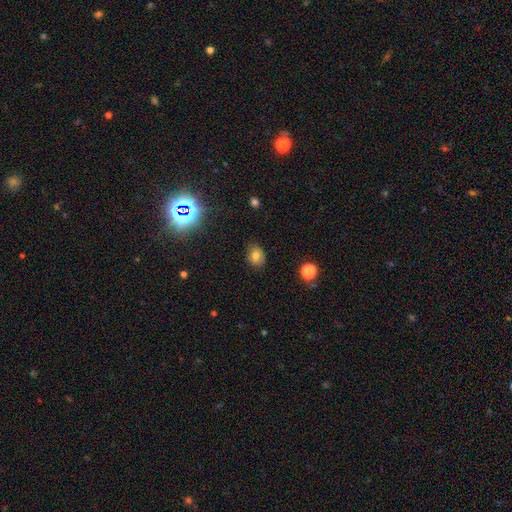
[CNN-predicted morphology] The model was most divided on "how rounded": round: 52%, in between: 47%, cigar-shaped: 1%. More confident: merging — none (83%); smooth or featured — smooth (75%).